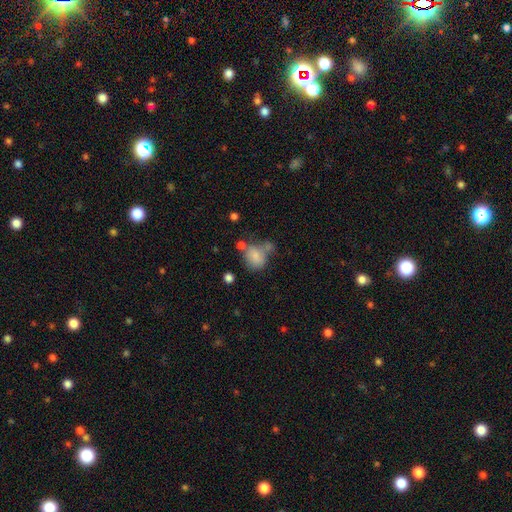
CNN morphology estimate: Smooth or featured? Predicted: smooth (p=0.77). How rounded? Predicted: round (p=0.49, tied with in between). Merging? Predicted: none (p=0.38).